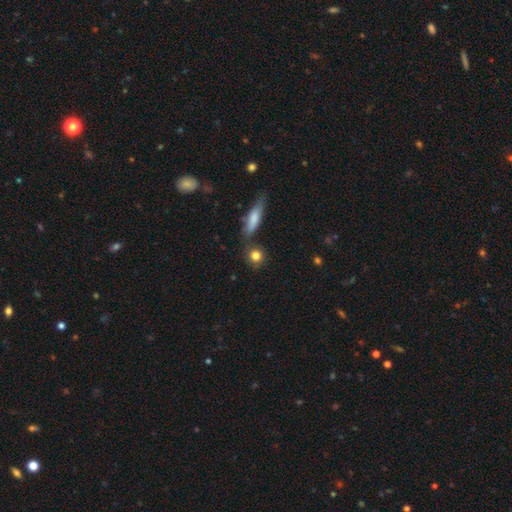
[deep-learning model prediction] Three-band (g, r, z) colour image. It shows a smooth galaxy with no disk features (82%) that is round (80%). Merging: none (73%).